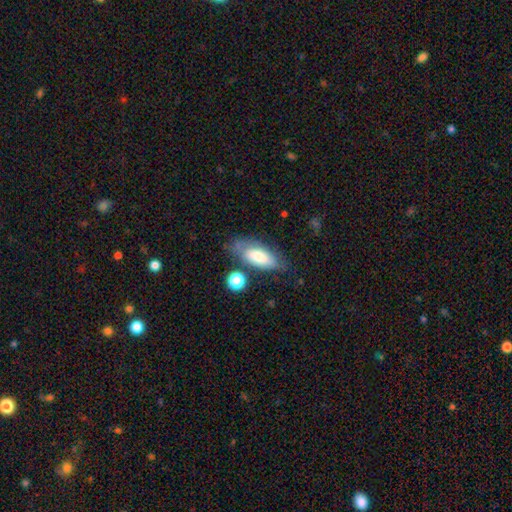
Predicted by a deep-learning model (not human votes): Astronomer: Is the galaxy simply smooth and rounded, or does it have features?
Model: smooth — 69%.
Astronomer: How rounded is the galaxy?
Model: in between — 78%.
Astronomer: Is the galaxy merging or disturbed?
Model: none — 62%.